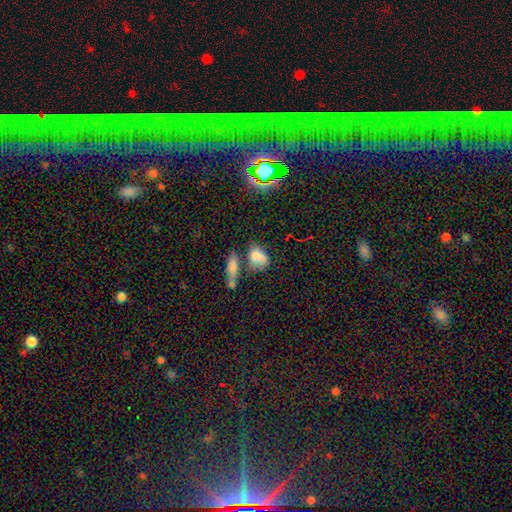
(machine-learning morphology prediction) This is likely a smooth galaxy (73%). How rounded: likely in between (70%). Merging: marginally none (38%).